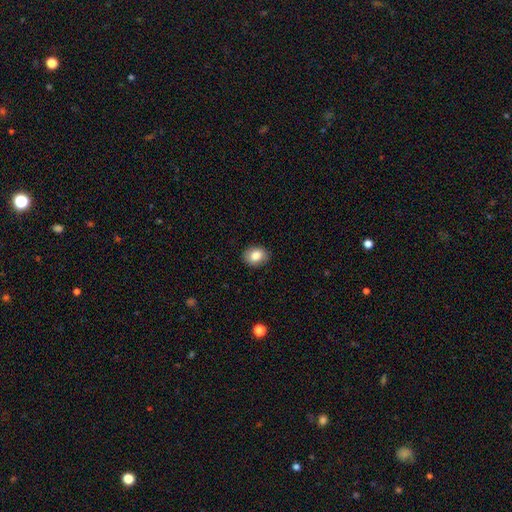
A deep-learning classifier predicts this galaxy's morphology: Smooth or featured?
  - smooth: 84% *
  - star or artifact: 8%
  - featured or disk: 8%
How rounded?
  - in between: 59% *
  - round: 40%
  - cigar-shaped: 1%
Merging?
  - none: 88% *
  - minor disturbance: 9%
  - major disturbance: 2%
  - merger: 1%